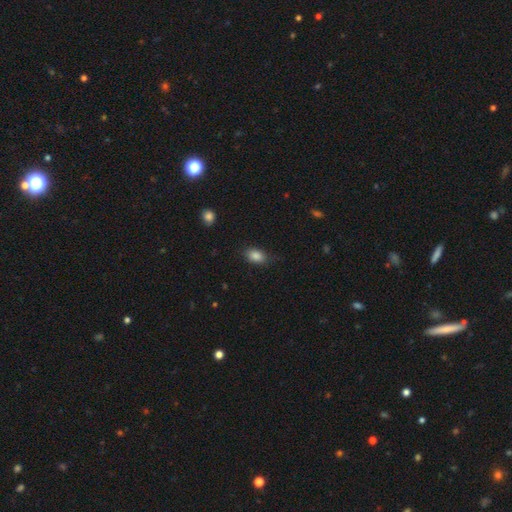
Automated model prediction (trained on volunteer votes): smooth 86%, star or artifact 9%, featured or disk 5%. Down the decision tree: how rounded — in between (84%); merging — none (79%).